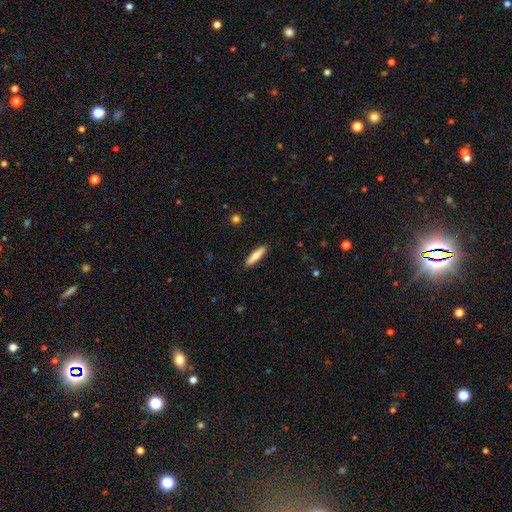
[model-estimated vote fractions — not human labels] Morphology: type=smooth (76%); roundness=cigar-shaped (81%); merging=none (90%).